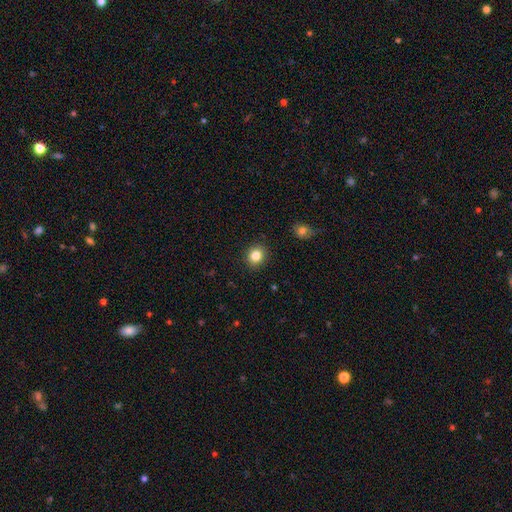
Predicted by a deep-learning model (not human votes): Smooth or featured? Predicted: smooth (p=0.84). How rounded? Predicted: round (p=0.81). Merging? Predicted: none (p=0.91).